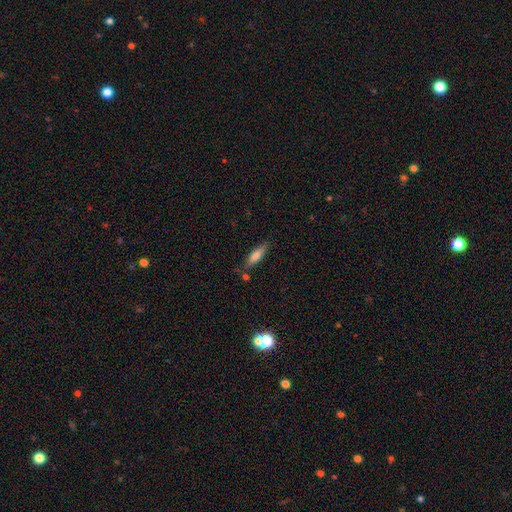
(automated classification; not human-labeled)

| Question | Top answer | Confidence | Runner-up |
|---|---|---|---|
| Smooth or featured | smooth | 67% | featured or disk (26%) |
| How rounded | cigar-shaped | 67% | in between (31%) |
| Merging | none | 75% | minor disturbance (16%) |